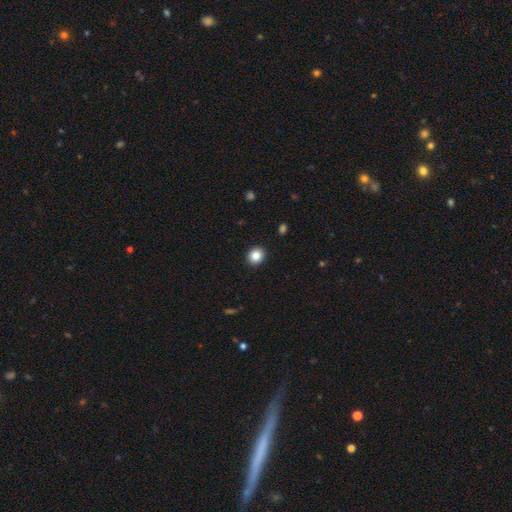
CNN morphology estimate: This appears to be a smooth galaxy with no disk features (85%) that is round (79%). Merging: none (92%).